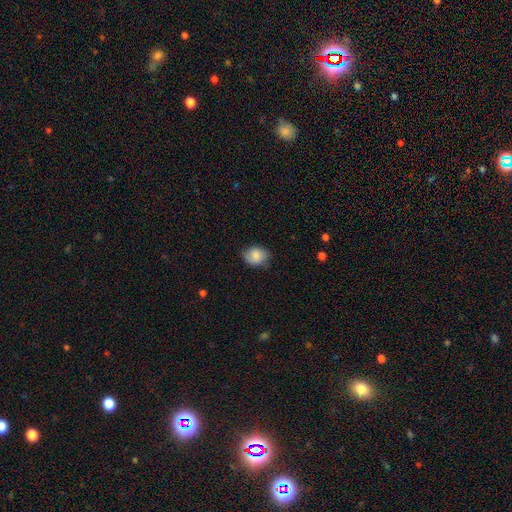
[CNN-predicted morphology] Smooth or featured: smooth — 78% (featured or disk — 15%)
How rounded: in between — 52% (round — 47%)
Merging: none — 72% (minor disturbance — 22%)